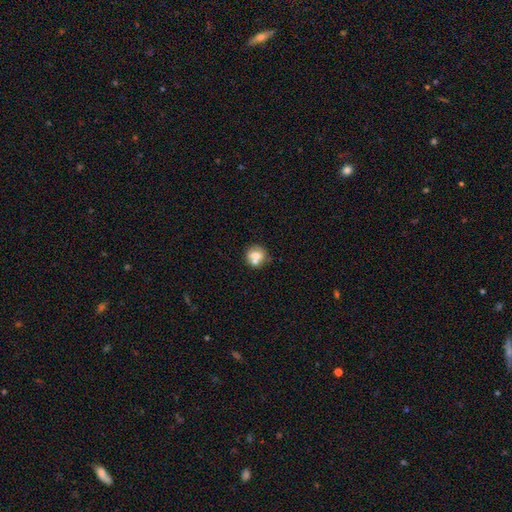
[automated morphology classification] smooth 65%, featured or disk 26%, star or artifact 9%. Down the decision tree: how rounded — round (79%); merging — none (52%).